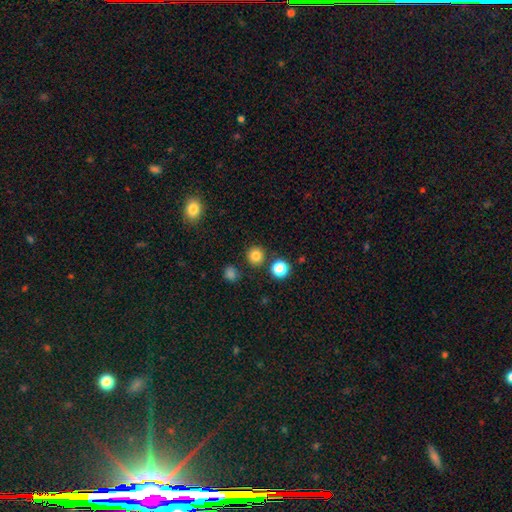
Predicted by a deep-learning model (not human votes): The model was most divided on "smooth or featured": smooth: 81%, star or artifact: 14%, featured or disk: 5%. More confident: how rounded — round (94%); merging — none (86%).